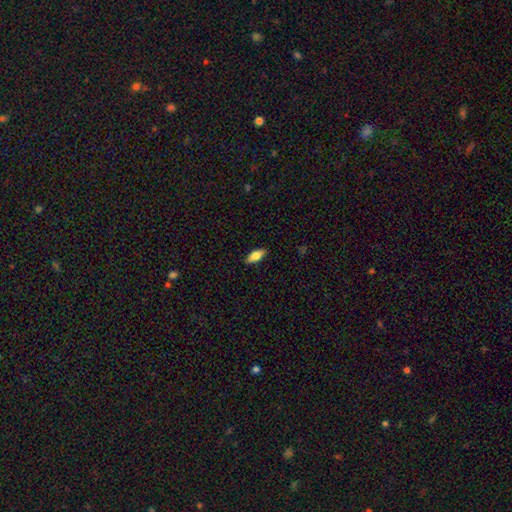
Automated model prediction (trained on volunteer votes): smooth 74%, featured or disk 19%, star or artifact 7%. Down the decision tree: how rounded — in between (78%); merging — none (88%).